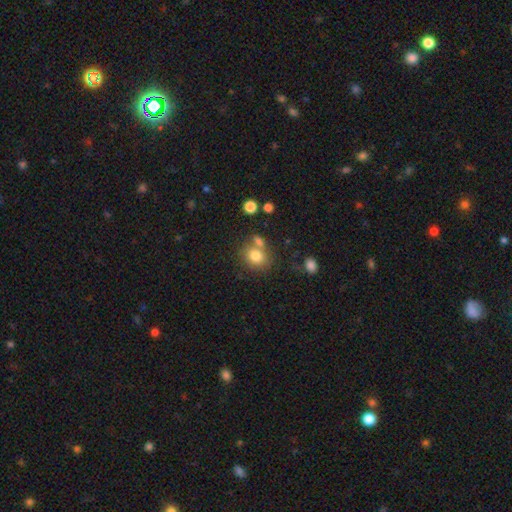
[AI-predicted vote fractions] smooth 80%, star or artifact 11%, featured or disk 10%. Down the decision tree: how rounded — round (58%); merging — none (54%).